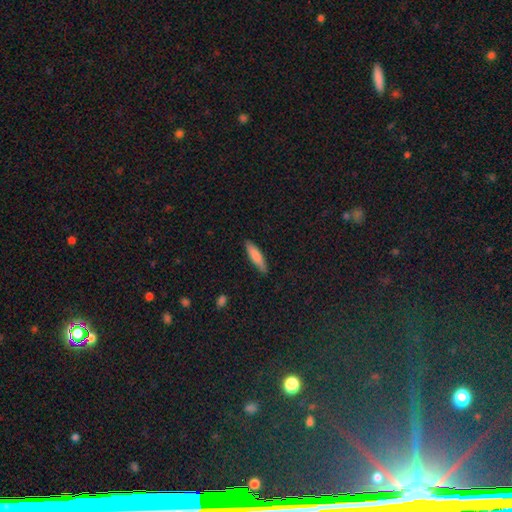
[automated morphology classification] Smooth or featured: smooth — 80% (featured or disk — 14%)
How rounded: cigar-shaped — 74% (in between — 24%)
Merging: none — 87% (minor disturbance — 10%)